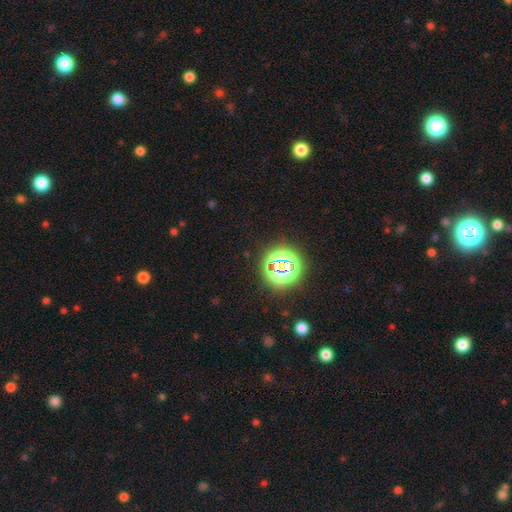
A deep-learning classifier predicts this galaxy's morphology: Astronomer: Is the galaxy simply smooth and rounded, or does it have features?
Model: star or artifact — 80%.